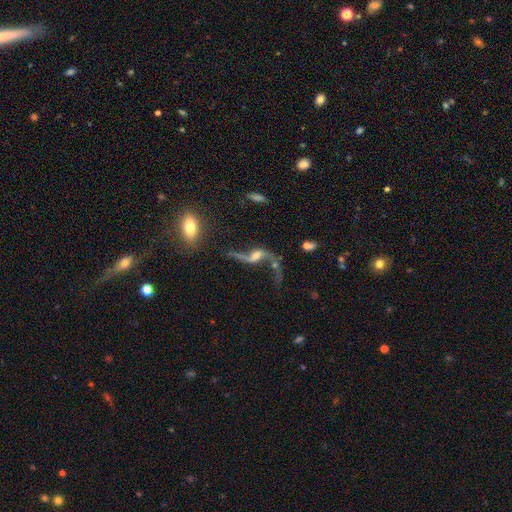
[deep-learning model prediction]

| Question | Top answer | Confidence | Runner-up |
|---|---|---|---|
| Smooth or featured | featured or disk | 85% | star or artifact (8%) |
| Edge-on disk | no | 92% | yes (8%) |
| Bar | no | 46% | weak (37%) |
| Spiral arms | yes | 92% | no (8%) |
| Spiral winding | loose | 95% | medium (4%) |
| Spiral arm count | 2 | 91% | 1 (4%) |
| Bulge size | small | 38% | moderate (35%) |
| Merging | none | 52% | major disturbance (21%) |